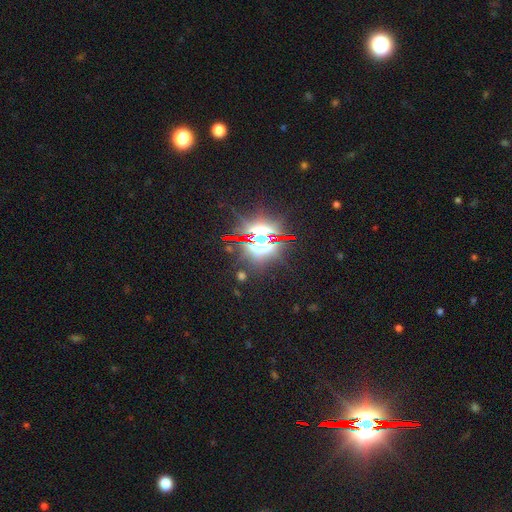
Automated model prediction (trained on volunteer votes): The model was most divided on "smooth or featured": star or artifact: 84%, smooth: 9%, featured or disk: 7%.